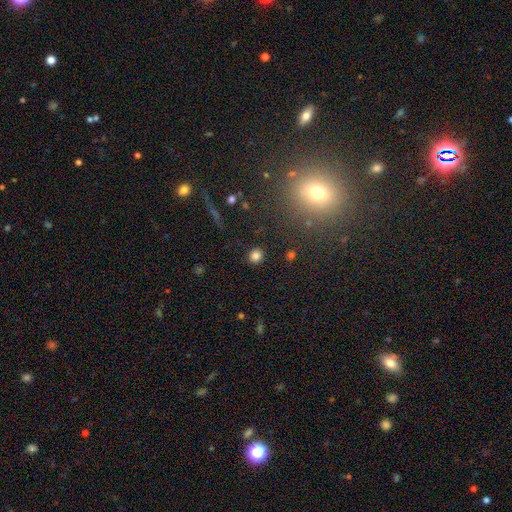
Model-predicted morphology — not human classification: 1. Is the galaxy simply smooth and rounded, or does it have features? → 82% smooth, 13% star or artifact, 5% featured or disk.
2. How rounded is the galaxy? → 84% round, 15% in between, 1% cigar-shaped.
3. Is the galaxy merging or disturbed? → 90% none, 6% minor disturbance, 2% major disturbance, 2% merger.